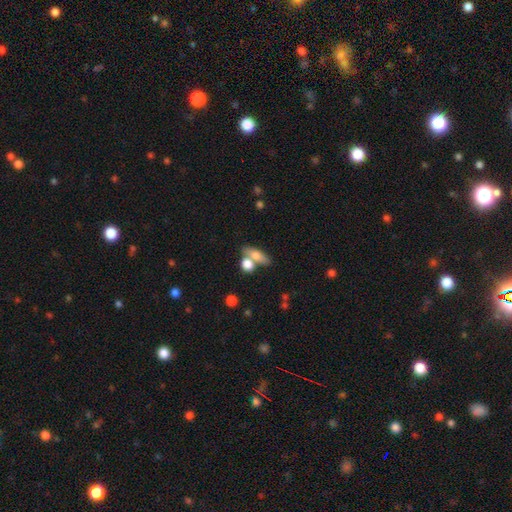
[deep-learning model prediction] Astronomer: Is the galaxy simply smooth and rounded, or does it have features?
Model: smooth — 70%.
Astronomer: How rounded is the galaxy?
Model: in between — 57%.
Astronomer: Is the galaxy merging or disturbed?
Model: none — 48% (runner-up: merger, 36%).